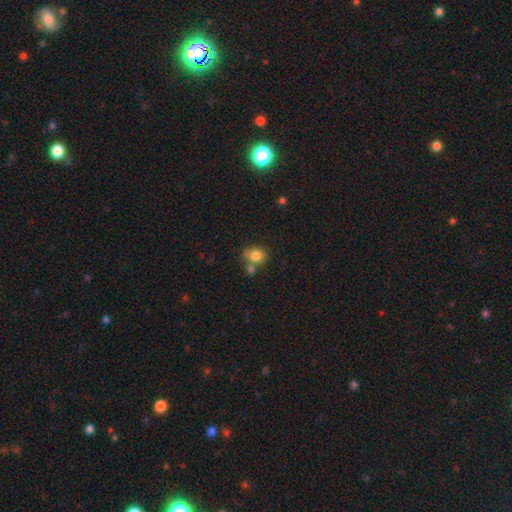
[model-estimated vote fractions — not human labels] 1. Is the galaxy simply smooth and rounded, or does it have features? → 81% smooth, 10% star or artifact, 9% featured or disk.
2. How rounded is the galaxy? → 68% round, 31% in between, 1% cigar-shaped.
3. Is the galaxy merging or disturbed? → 51% none, 28% merger, 15% minor disturbance, 6% major disturbance.